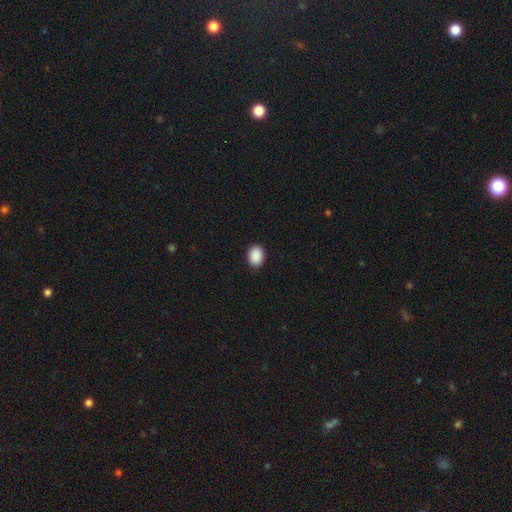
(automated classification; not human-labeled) smooth-or-featured: smooth: 91% | star or artifact: 7% | featured or disk: 2%
  how-rounded: in between: 63% | round: 36% | cigar-shaped: 1%
  merging: none: 91% | minor disturbance: 7% | major disturbance: 2% | merger: 1%